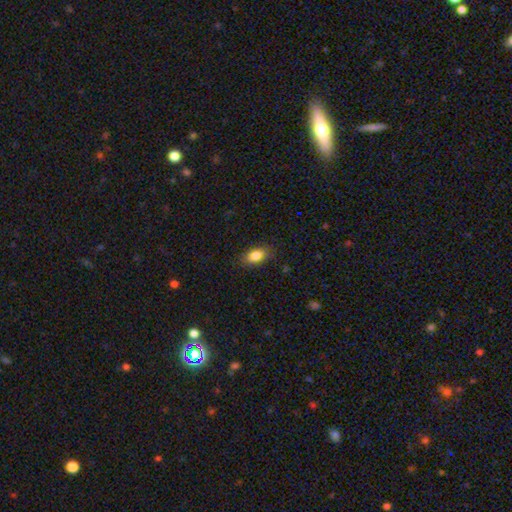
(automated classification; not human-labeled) Q: Smooth or featured?
A: smooth (84%); runner-up: star or artifact (8%)
Q: How rounded?
A: in between (87%); runner-up: round (8%)
Q: Merging?
A: none (84%); runner-up: minor disturbance (12%)